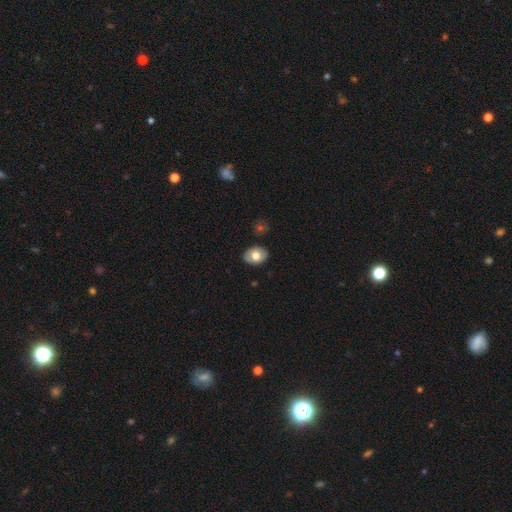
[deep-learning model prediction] A smooth galaxy with no disk features (66%) that is in between round and cigar-shaped (72%). Merging: none (85%).